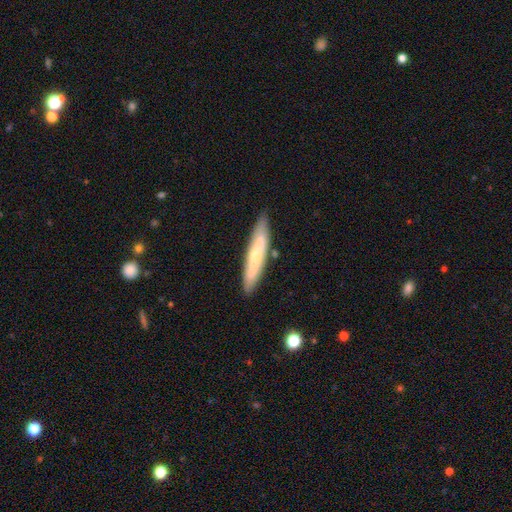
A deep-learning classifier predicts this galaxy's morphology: The model was most divided on "smooth or featured": smooth: 51%, featured or disk: 43%, star or artifact: 6%. More confident: how rounded — cigar-shaped (89%); merging — none (83%).